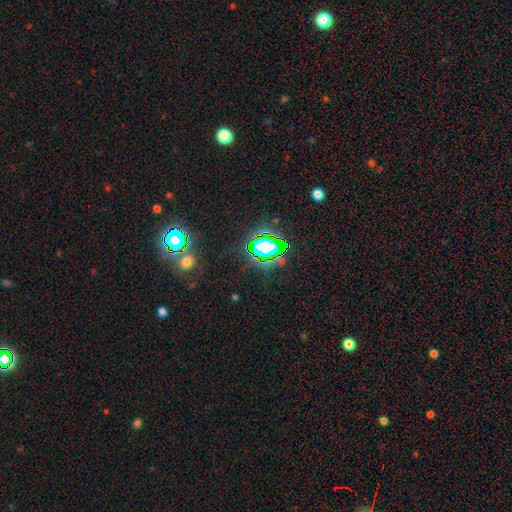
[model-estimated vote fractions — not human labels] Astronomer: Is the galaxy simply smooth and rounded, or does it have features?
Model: star or artifact — 78%.